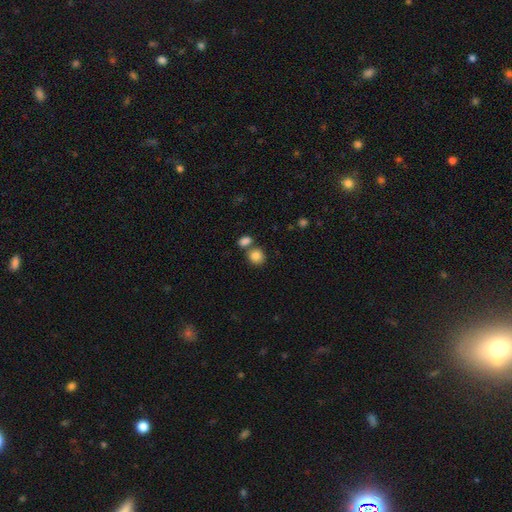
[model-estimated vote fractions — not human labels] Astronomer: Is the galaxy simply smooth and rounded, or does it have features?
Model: smooth — 85%.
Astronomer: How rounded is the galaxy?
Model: round — 78%.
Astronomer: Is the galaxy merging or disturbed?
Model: none — 58%.